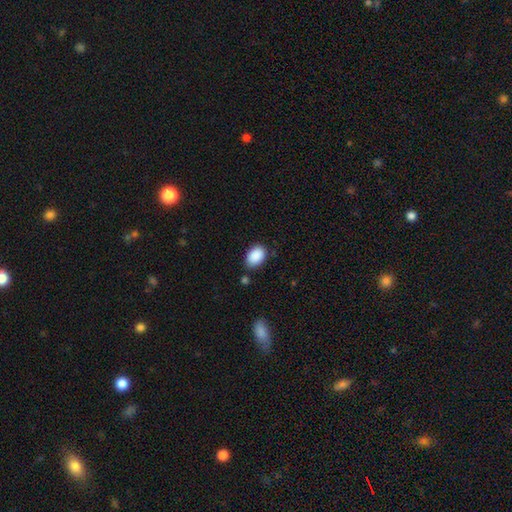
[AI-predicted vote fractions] This is clearly a smooth galaxy (90%). How rounded: clearly in between (88%). Merging: likely none (79%).